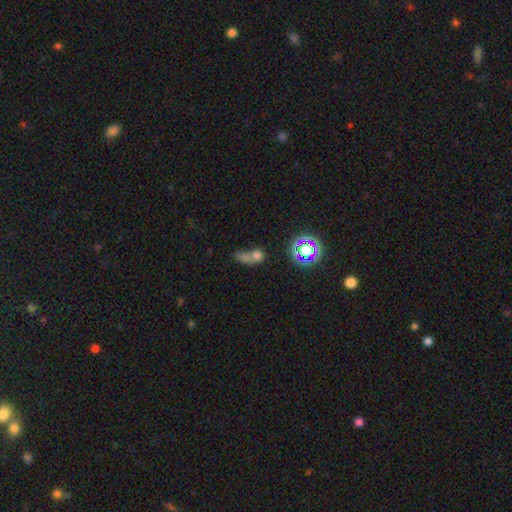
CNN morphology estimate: A smooth galaxy with no disk features (57%) that is in between round and cigar-shaped (48%). Merging: merger (51%).